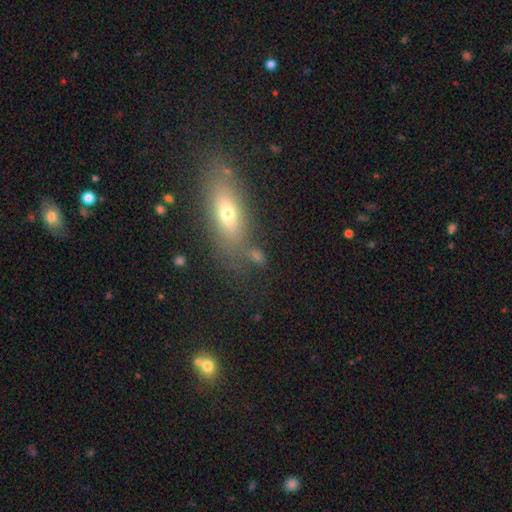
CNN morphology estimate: smooth 60%, featured or disk 22%, star or artifact 19%. Down the decision tree: how rounded — in between (59%); merging — none (66%).